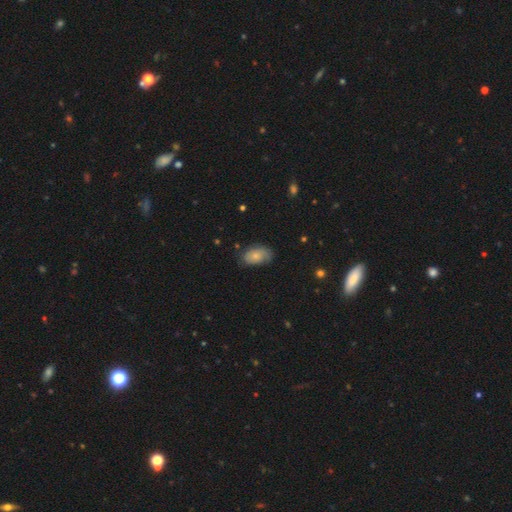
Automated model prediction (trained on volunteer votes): A smooth galaxy with no disk features (72%) that is in between round and cigar-shaped (91%). Merging: none (65%).